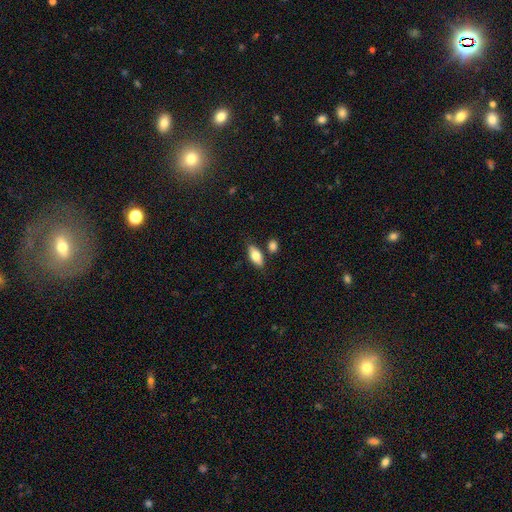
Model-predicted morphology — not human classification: A smooth galaxy with no disk features (78%) that is in between round and cigar-shaped (85%).

Vote fractions:
- Smooth or featured? smooth: 78% / featured or disk: 16% / star or artifact: 7%
- How rounded? in between: 85% / cigar-shaped: 11% / round: 3%
- Merging? none: 77% / minor disturbance: 12% / merger: 8% / major disturbance: 3%